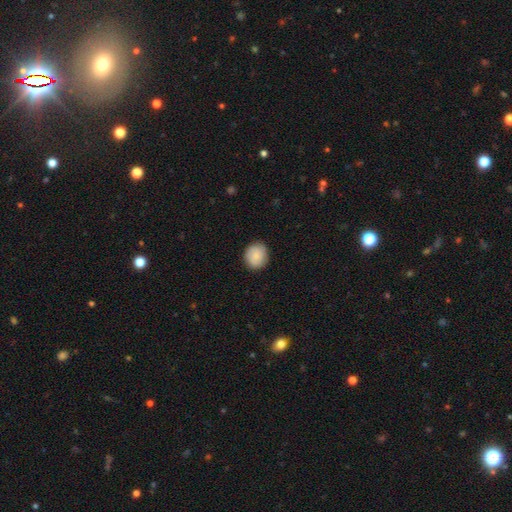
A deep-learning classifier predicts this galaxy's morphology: Smooth or featured? smooth (84%)
How rounded? round (79%)
Merging? none (87%)